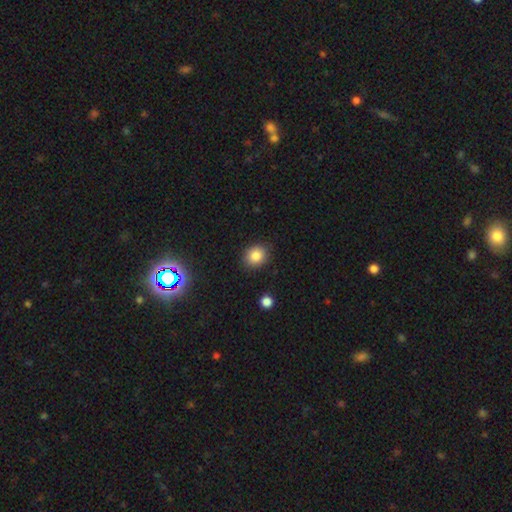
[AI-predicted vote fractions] Smooth or featured: smooth — 84% (star or artifact — 11%)
How rounded: round — 66% (in between — 33%)
Merging: none — 87% (minor disturbance — 9%)